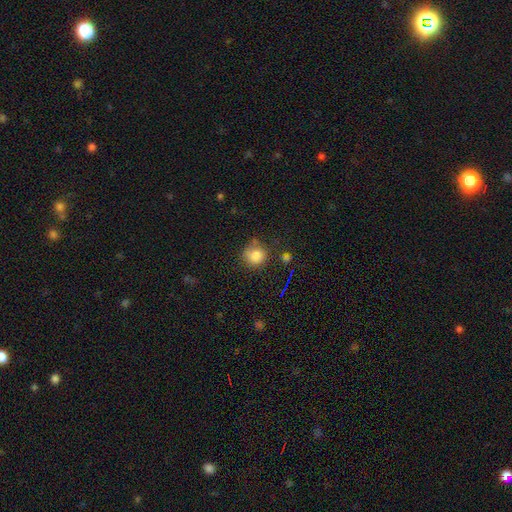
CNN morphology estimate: A smooth galaxy with no disk features (82%) that is round (85%).

Vote fractions:
- Smooth or featured? smooth: 82% / star or artifact: 12% / featured or disk: 7%
- How rounded? round: 85% / in between: 14% / cigar-shaped: 1%
- Merging? none: 62% / minor disturbance: 23% / major disturbance: 8% / merger: 7%